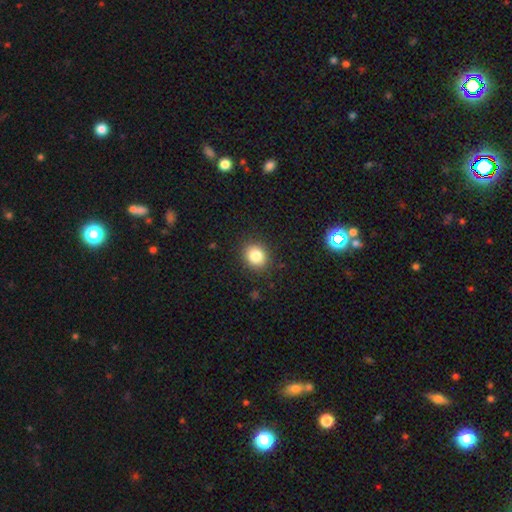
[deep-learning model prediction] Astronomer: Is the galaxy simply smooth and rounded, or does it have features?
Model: smooth — 82%.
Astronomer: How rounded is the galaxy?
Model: round — 74%.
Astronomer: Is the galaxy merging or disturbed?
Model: none — 89%.